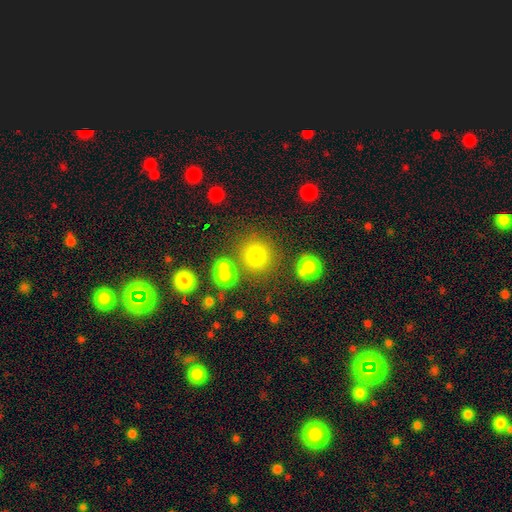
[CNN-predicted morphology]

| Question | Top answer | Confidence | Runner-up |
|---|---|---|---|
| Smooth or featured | smooth | 77% | star or artifact (16%) |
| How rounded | round | 89% | in between (10%) |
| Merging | none | 77% | merger (11%) |